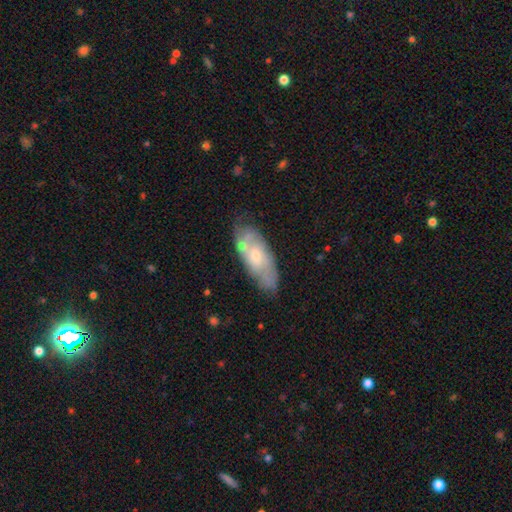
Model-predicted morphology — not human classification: A featured or disk galaxy (58%).

Vote fractions:
- Smooth or featured? featured or disk: 58% / smooth: 36% / star or artifact: 6%
- Edge-on disk? no: 86% / yes: 14%
- Merging? none: 65% / minor disturbance: 24% / major disturbance: 7% / merger: 3%